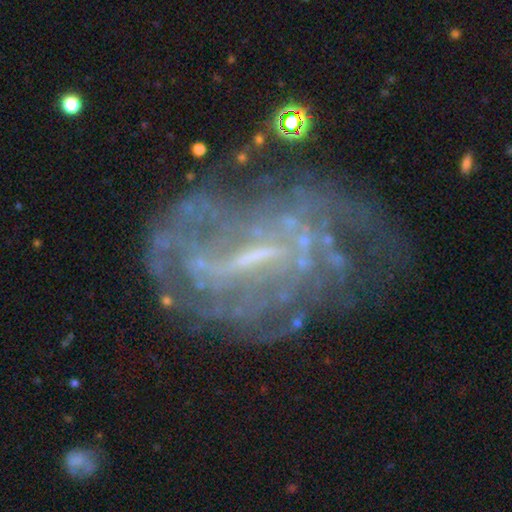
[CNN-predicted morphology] Smooth or featured: featured or disk — 80% (star or artifact — 12%)
Edge-on disk: no — 96% (yes — 4%)
Bar: weak — 48% (strong — 29%)
Spiral arms: yes — 72% (no — 28%)
Spiral winding: tight — 45% (medium — 35%)
Spiral arm count: can't tell — 57% (2 — 11%)
Bulge size: small — 49% (none — 30%)
Merging: none — 50% (major disturbance — 26%)